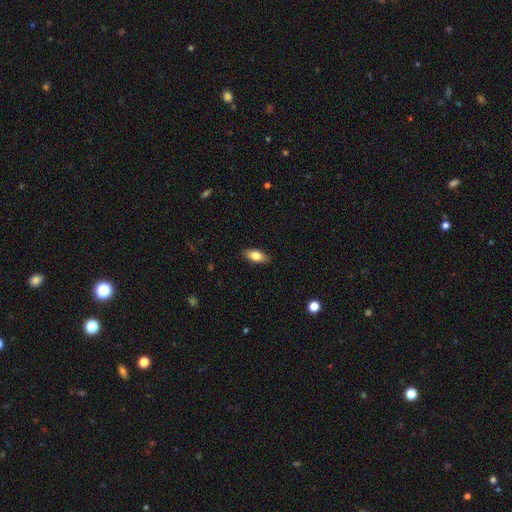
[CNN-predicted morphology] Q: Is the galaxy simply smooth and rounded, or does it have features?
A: smooth — 78%.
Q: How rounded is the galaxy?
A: in between — 86%.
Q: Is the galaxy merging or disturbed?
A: none — 88%.